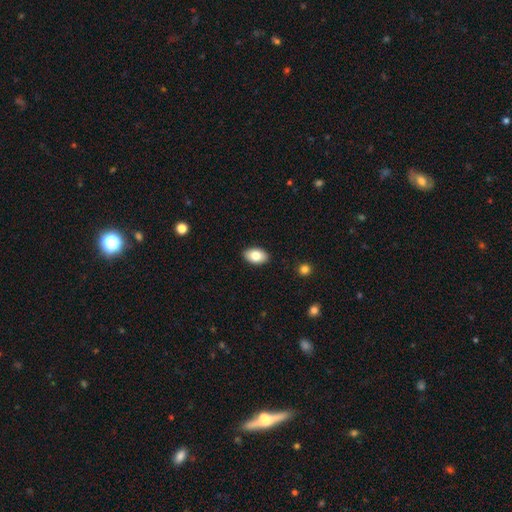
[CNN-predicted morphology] Overall: smooth (81%). How rounded: in between (90%). Merging: none (89%).